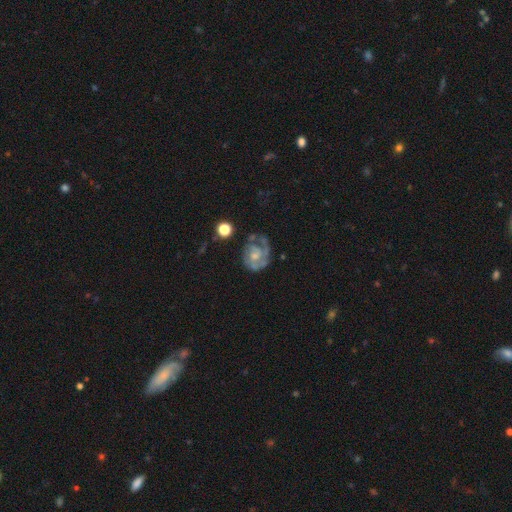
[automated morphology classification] The model was most divided on "bulge size": small: 41%, moderate: 39%, none: 14%, large: 5%, dominant: 1%. Remaining: edge-on disk — no (98%); spiral arms — yes (88%); smooth or featured — featured or disk (79%); bar — no (69%); spiral winding — tight (52%); merging — none (48%); spiral arm count — 2 (36%).